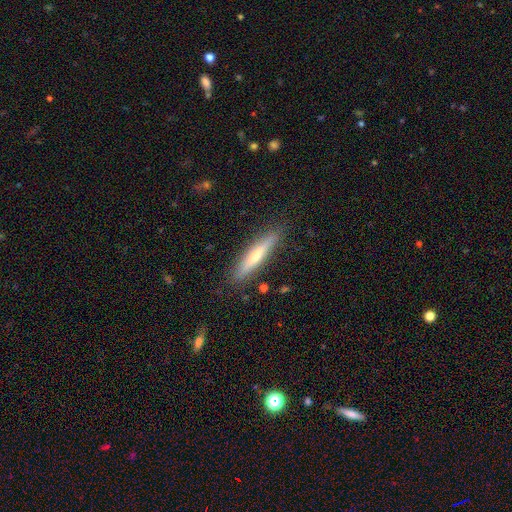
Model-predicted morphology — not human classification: Overall: featured or disk (49%; smooth 43%). Merging: none (88%).